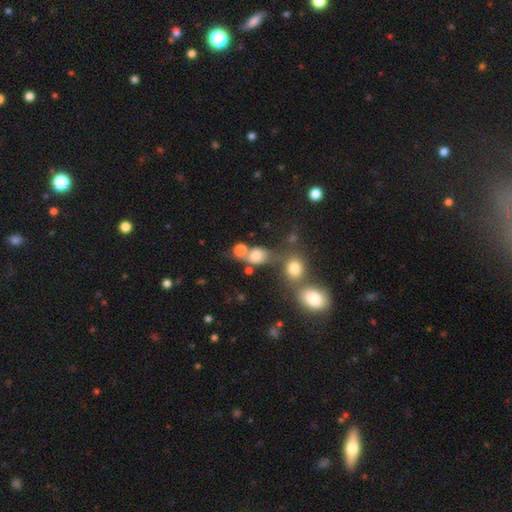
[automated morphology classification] This is likely a smooth galaxy (73%). How rounded: possibly round (53%). Merging: marginally none (42%).